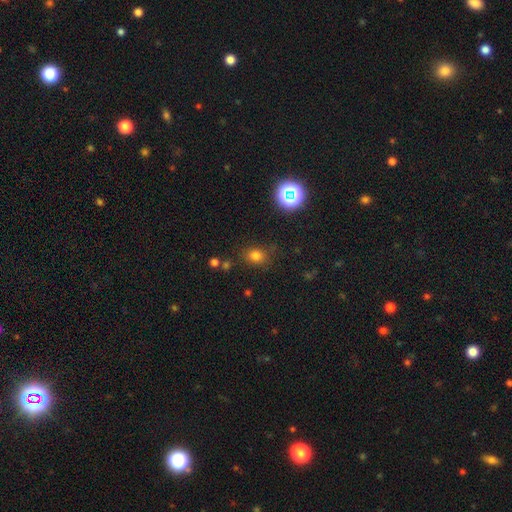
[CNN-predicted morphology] The model was most divided on "how rounded": round: 57%, in between: 42%, cigar-shaped: 1%. More confident: merging — none (76%); smooth or featured — smooth (75%).